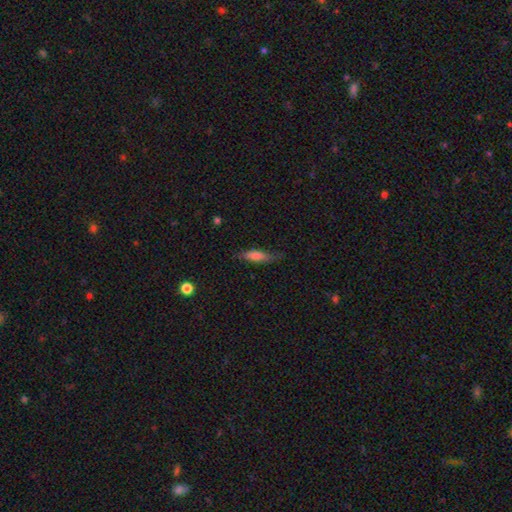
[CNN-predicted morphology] Smooth or featured? smooth (68%)
How rounded? cigar-shaped (65%)
Merging? none (73%)